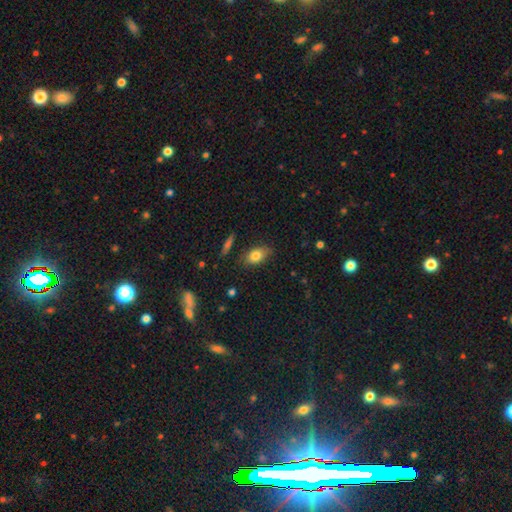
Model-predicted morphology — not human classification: The model was most divided on "merging": none: 79%, minor disturbance: 16%, major disturbance: 3%, merger: 2%. More confident: how rounded — in between (83%); smooth or featured — smooth (80%).